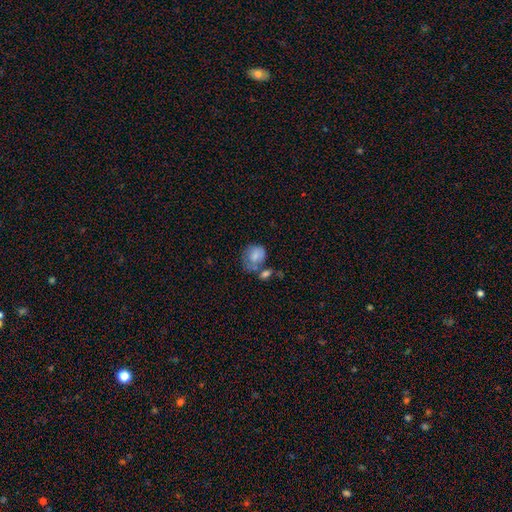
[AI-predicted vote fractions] The model was most divided on "how rounded": round: 50%, in between: 49%, cigar-shaped: 1%. Remaining: smooth or featured — smooth (75%); merging — none (35%).